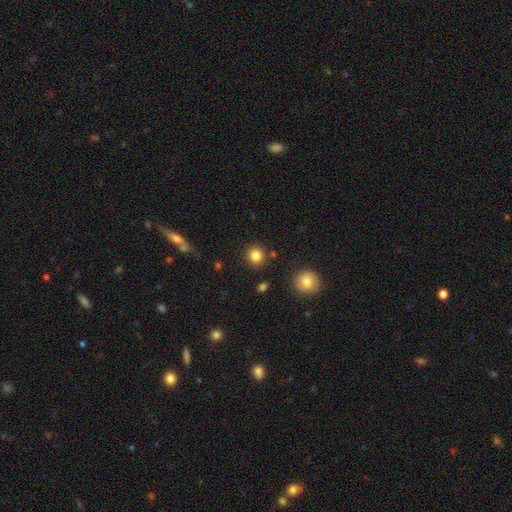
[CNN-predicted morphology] type=smooth (83%); roundness=round (90%); merging=none (87%).